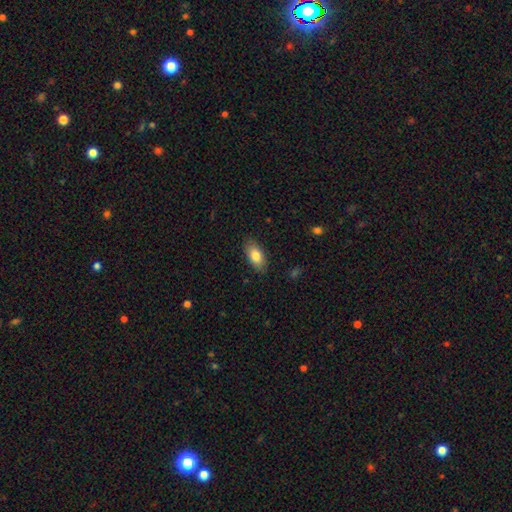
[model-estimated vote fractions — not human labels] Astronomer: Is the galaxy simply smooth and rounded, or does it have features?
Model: smooth — 81%.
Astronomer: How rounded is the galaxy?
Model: in between — 91%.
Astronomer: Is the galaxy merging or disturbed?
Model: none — 86%.